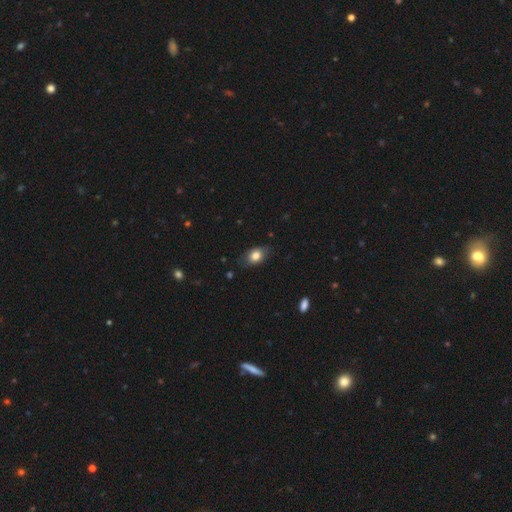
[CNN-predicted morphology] A smooth galaxy with no disk features (80%) that is in between round and cigar-shaped (80%).

Vote fractions:
- Smooth or featured? smooth: 80% / featured or disk: 12% / star or artifact: 8%
- How rounded? in between: 80% / round: 18% / cigar-shaped: 2%
- Merging? none: 76% / minor disturbance: 19% / major disturbance: 4% / merger: 1%